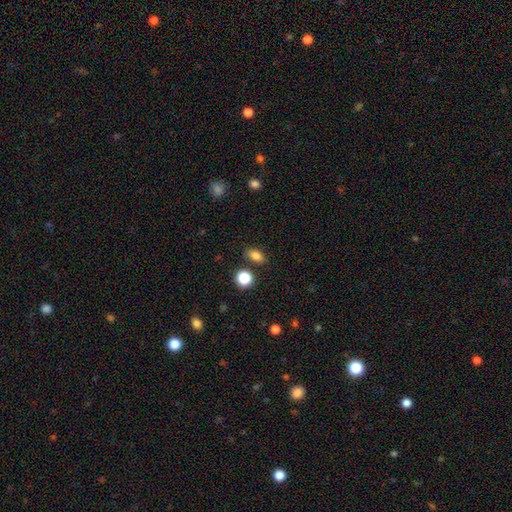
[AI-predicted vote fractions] The model was most divided on "how rounded": in between: 79%, round: 18%, cigar-shaped: 3%. More confident: smooth or featured — smooth (82%); merging — none (79%).